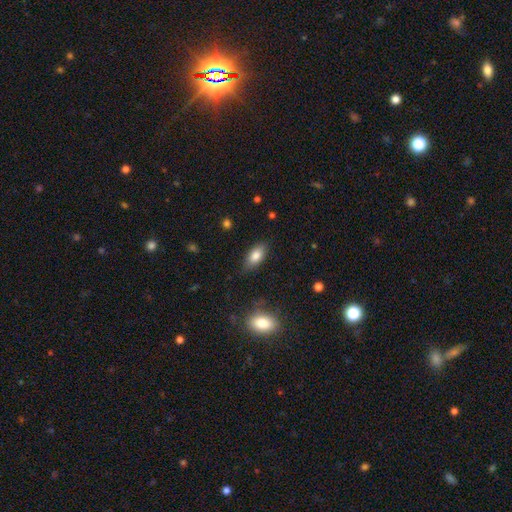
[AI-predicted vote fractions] Smooth or featured: smooth — 81% (featured or disk — 11%)
How rounded: in between — 88% (cigar-shaped — 8%)
Merging: none — 81% (minor disturbance — 15%)